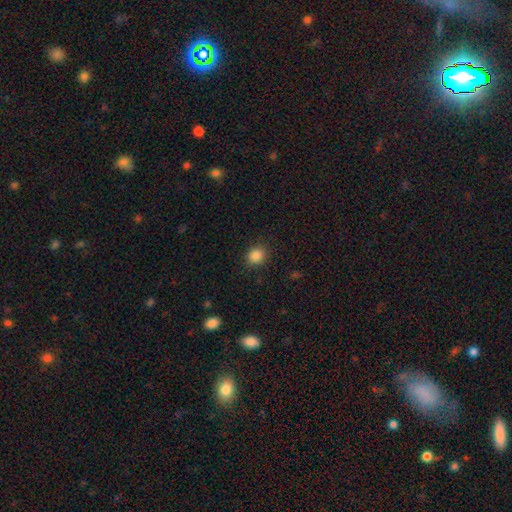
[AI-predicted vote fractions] Smooth or featured?
  - smooth: 86% *
  - star or artifact: 11%
  - featured or disk: 4%
How rounded?
  - round: 71% *
  - in between: 29%
  - cigar-shaped: 1%
Merging?
  - none: 88% *
  - minor disturbance: 8%
  - major disturbance: 3%
  - merger: 1%